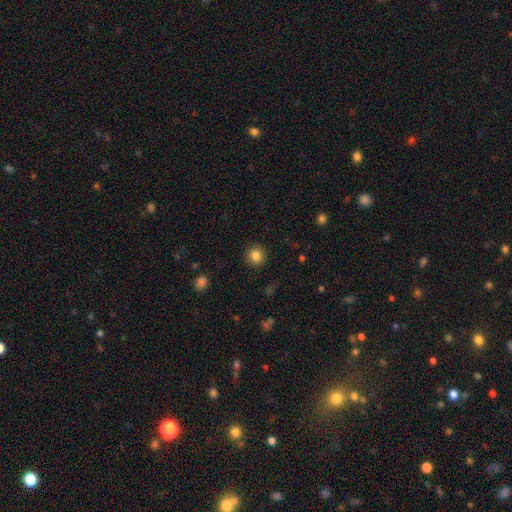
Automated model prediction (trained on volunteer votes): This is clearly a smooth galaxy (84%). How rounded: clearly round (92%). Merging: clearly none (92%).